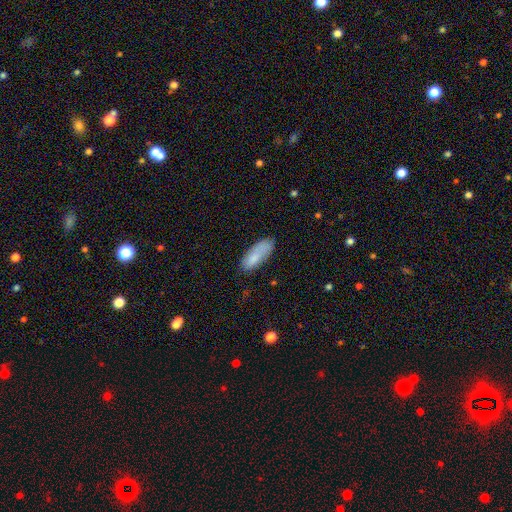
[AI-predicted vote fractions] Smooth or featured: smooth — 80% (featured or disk — 13%)
How rounded: in between — 74% (cigar-shaped — 24%)
Merging: none — 61% (minor disturbance — 26%)